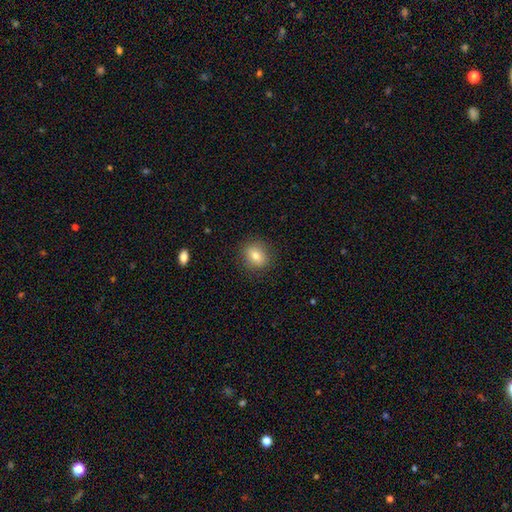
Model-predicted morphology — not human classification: Smooth or featured?
  - smooth: 78% *
  - featured or disk: 12%
  - star or artifact: 10%
How rounded?
  - round: 61% *
  - in between: 38%
  - cigar-shaped: 1%
Merging?
  - none: 87% *
  - minor disturbance: 9%
  - major disturbance: 3%
  - merger: 1%